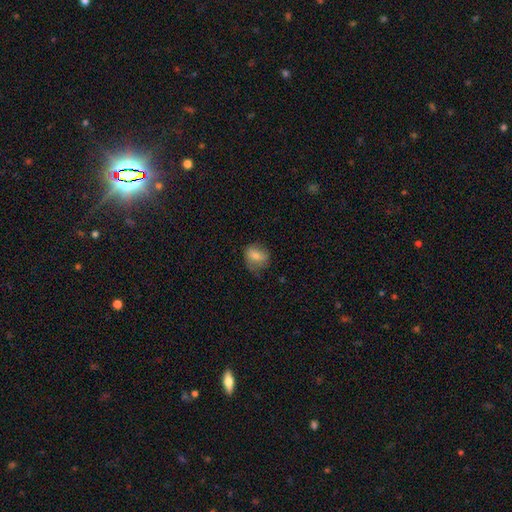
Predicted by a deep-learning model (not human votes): This appears to be a smooth galaxy with no disk features (72%) that is in between round and cigar-shaped (50%). Merging: none (58%).